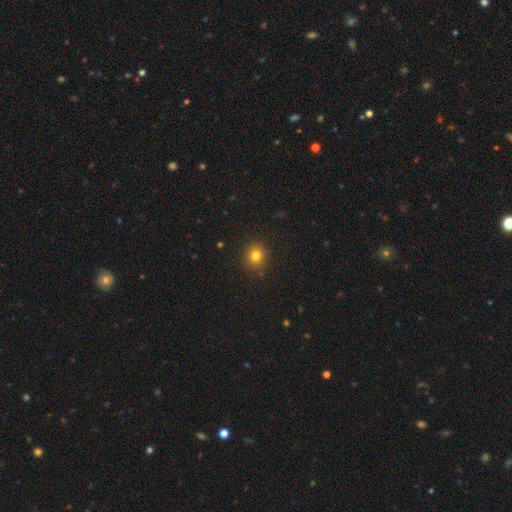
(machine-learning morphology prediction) The model was most divided on "how rounded": round: 82%, in between: 17%, cigar-shaped: 1%. More confident: merging — none (89%); smooth or featured — smooth (80%).